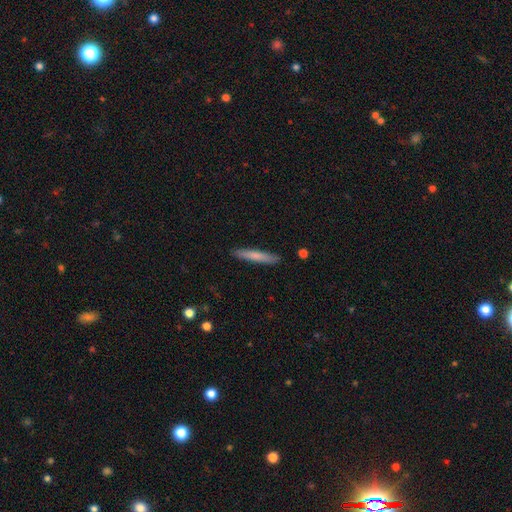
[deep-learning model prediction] smooth 72%, featured or disk 22%, star or artifact 6%. Down the decision tree: how rounded — cigar-shaped (94%); merging — none (90%).